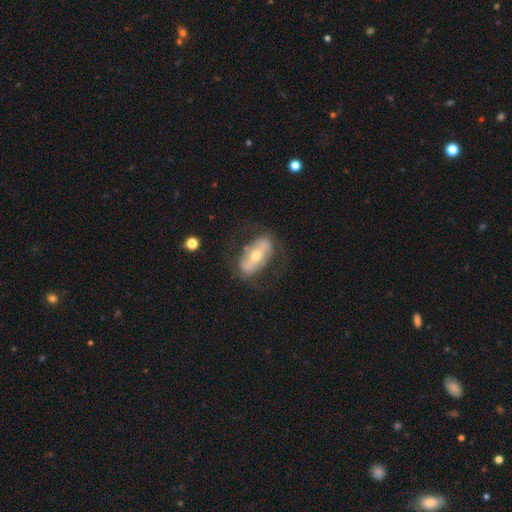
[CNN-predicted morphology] Smooth or featured? featured or disk (65%)
Edge-on disk? no (86%)
Bar? strong (51%)
Spiral arms? yes (51%)
Bulge size? moderate (50%)
Merging? none (68%)